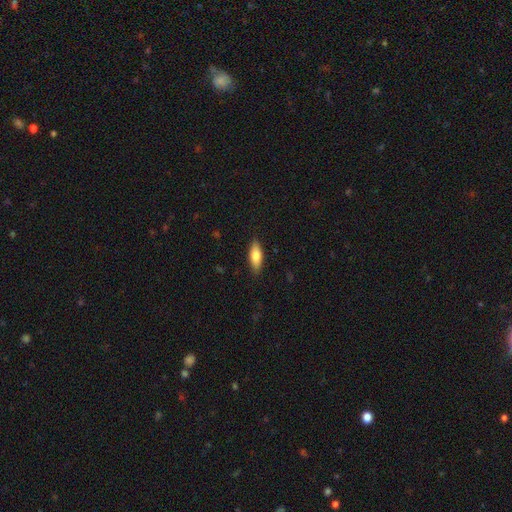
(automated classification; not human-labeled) This appears to be a smooth galaxy with no disk features (76%) that is in between round and cigar-shaped (69%). Merging: none (87%).